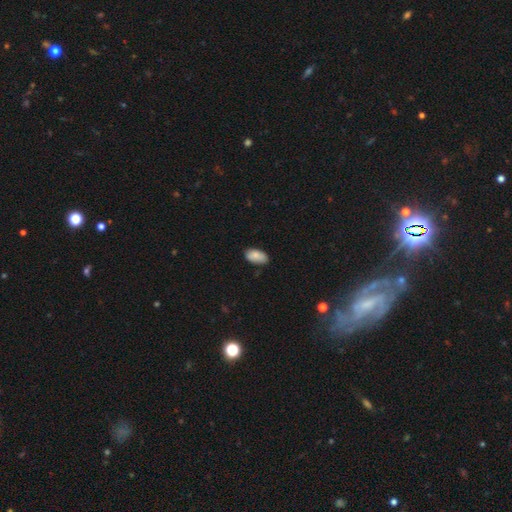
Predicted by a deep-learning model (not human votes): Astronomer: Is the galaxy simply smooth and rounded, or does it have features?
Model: smooth — 85%.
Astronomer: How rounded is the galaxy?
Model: in between — 95%.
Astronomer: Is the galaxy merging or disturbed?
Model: none — 78%.